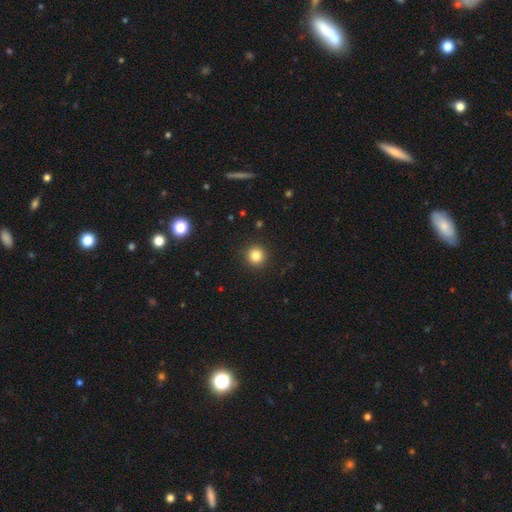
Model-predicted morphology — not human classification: This appears to be a smooth galaxy with no disk features (83%) that is round (94%). Merging: none (92%).